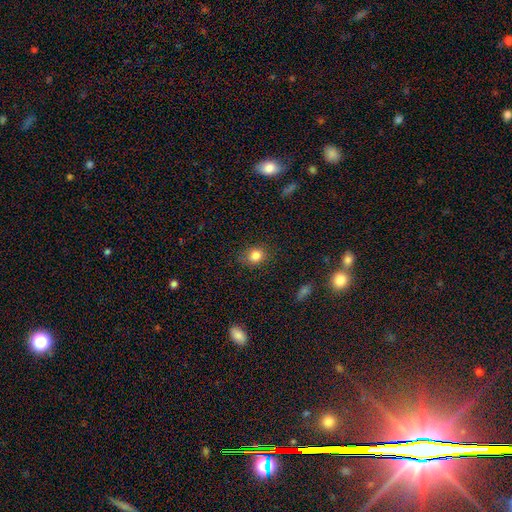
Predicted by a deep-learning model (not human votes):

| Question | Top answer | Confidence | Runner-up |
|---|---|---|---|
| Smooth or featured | smooth | 83% | star or artifact (11%) |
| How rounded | round | 70% | in between (29%) |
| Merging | none | 82% | minor disturbance (13%) |